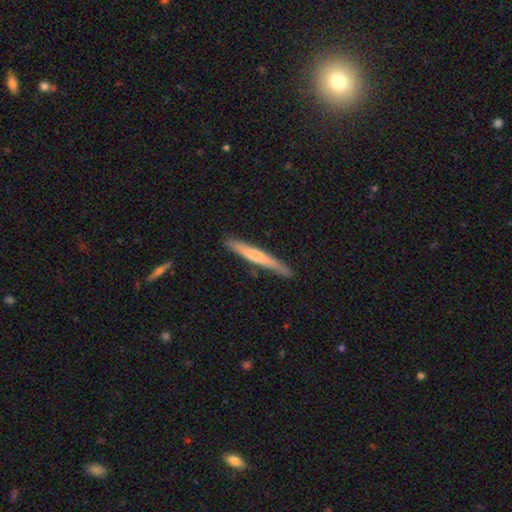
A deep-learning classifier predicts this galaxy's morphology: Smooth or featured: smooth — 57% (featured or disk — 38%)
How rounded: cigar-shaped — 96% (in between — 3%)
Merging: none — 83% (minor disturbance — 13%)